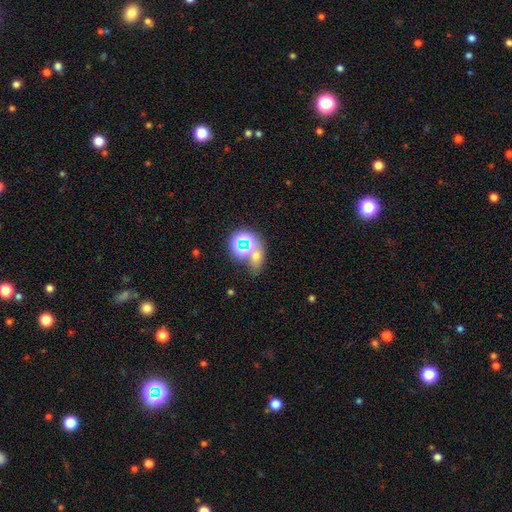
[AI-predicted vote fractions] Q: Smooth or featured?
A: smooth (51%); runner-up: star or artifact (36%)
Q: How rounded?
A: in between (54%); runner-up: round (42%)
Q: Merging?
A: none (53%); runner-up: merger (30%)